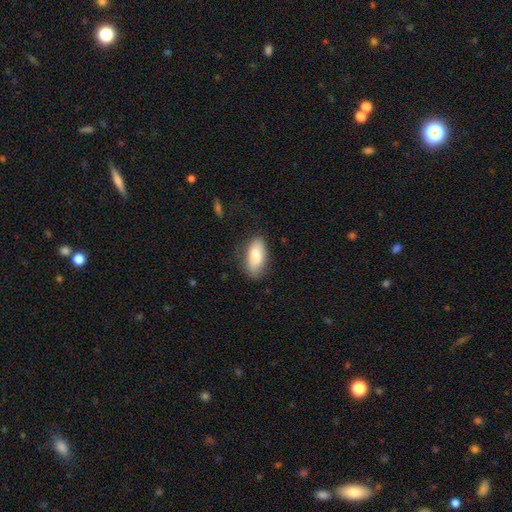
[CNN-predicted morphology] smooth 83%, featured or disk 11%, star or artifact 6%. Down the decision tree: how rounded — in between (88%); merging — none (77%).